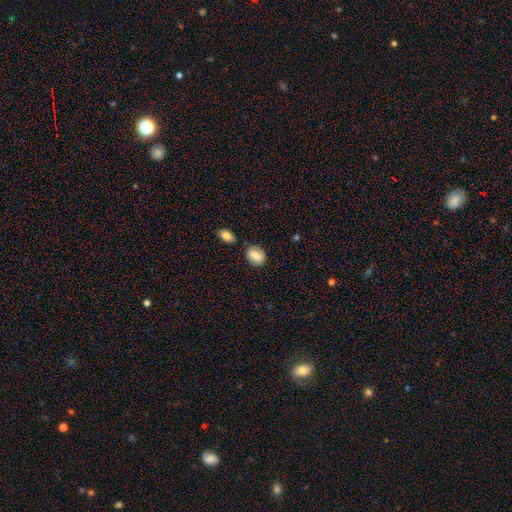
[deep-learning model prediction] Smooth or featured? smooth (74%)
How rounded? in between (68%)
Merging? none (67%)